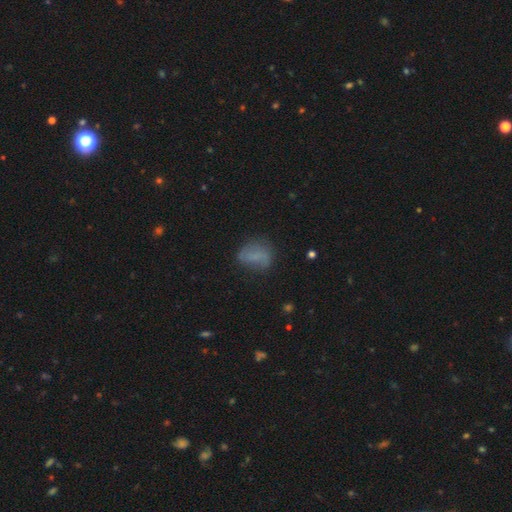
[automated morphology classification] Smooth or featured? Predicted: smooth (p=0.64). How rounded? Predicted: in between (p=0.63). Merging? Predicted: none (p=0.61).